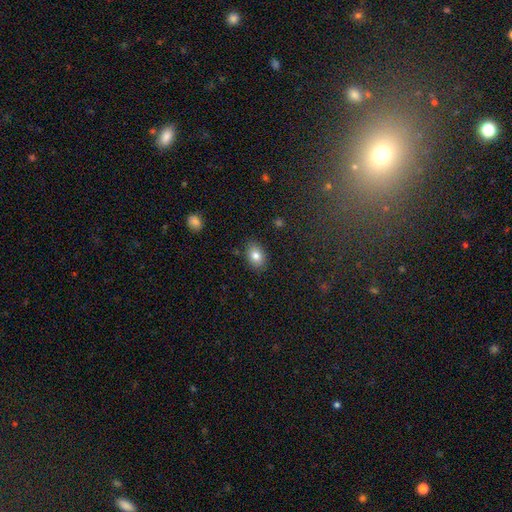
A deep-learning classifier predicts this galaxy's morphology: Overall: smooth (80%). How rounded: in between (81%). Merging: none (85%).